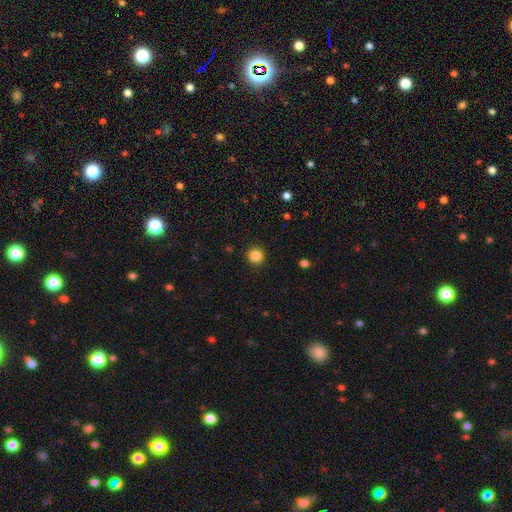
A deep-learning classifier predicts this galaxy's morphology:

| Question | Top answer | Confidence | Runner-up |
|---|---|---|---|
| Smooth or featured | smooth | 85% | star or artifact (11%) |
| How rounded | round | 93% | in between (6%) |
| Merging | none | 92% | minor disturbance (5%) |